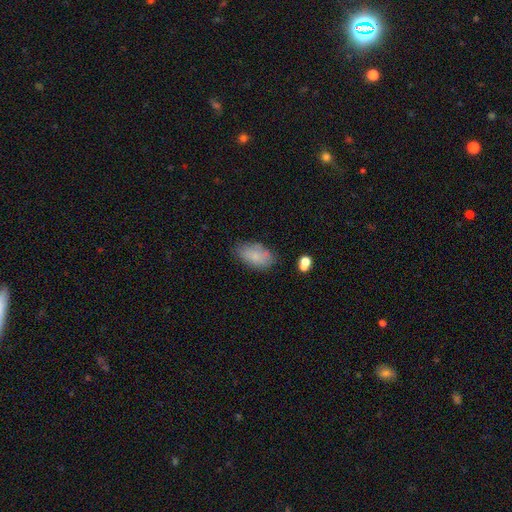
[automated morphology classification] A smooth galaxy with no disk features (80%) that is in between round and cigar-shaped (93%).

Vote fractions:
- Smooth or featured? smooth: 80% / featured or disk: 12% / star or artifact: 8%
- How rounded? in between: 93% / round: 5% / cigar-shaped: 2%
- Merging? none: 71% / minor disturbance: 20% / major disturbance: 5% / merger: 3%